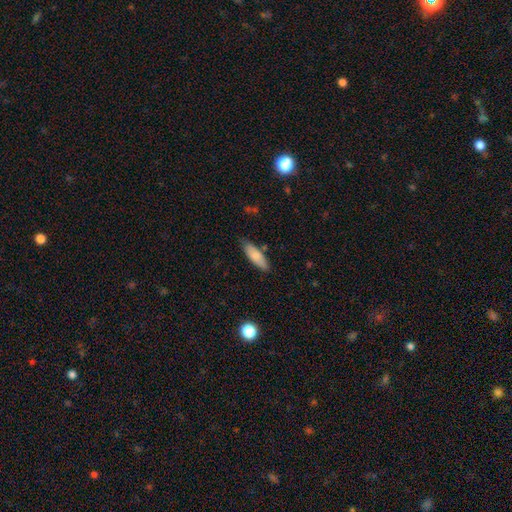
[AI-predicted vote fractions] smooth 81%, featured or disk 13%, star or artifact 6%. Down the decision tree: how rounded — in between (56%); merging — none (78%).